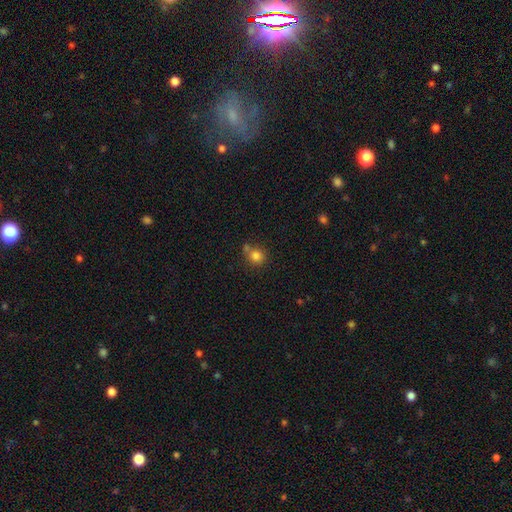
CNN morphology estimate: Smooth or featured? smooth (81%)
How rounded? round (87%)
Merging? none (59%)